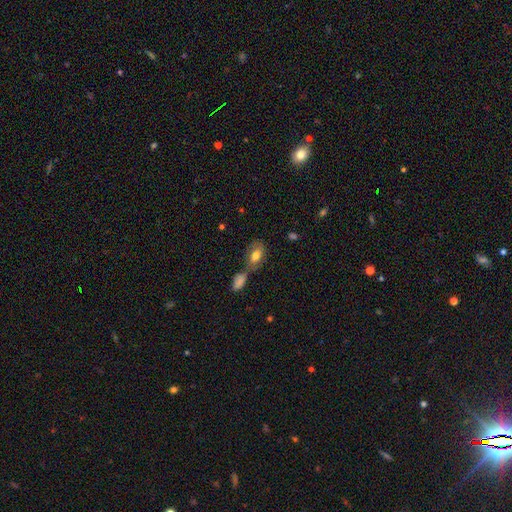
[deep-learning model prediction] Smooth or featured? Predicted: smooth (p=0.74). How rounded? Predicted: in between (p=0.89). Merging? Predicted: none (p=0.48).